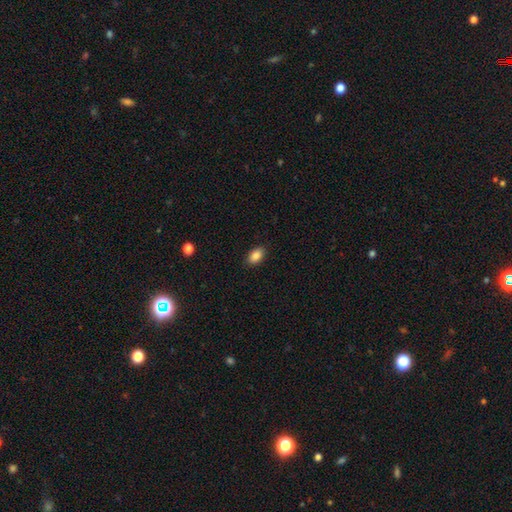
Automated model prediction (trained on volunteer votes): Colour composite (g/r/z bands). It shows a smooth galaxy with no disk features (87%) that is in between round and cigar-shaped (90%). Merging: none (88%).